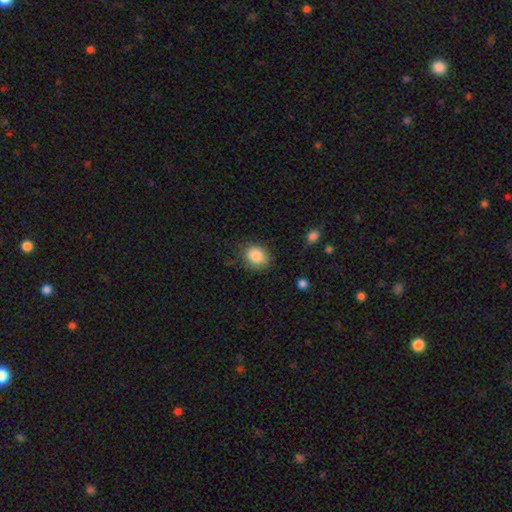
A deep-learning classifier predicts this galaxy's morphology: A smooth galaxy with no disk features (85%) that is round (55%).

Vote fractions:
- Smooth or featured? smooth: 85% / star or artifact: 9% / featured or disk: 6%
- How rounded? round: 55% / in between: 44% / cigar-shaped: 1%
- Merging? none: 76% / minor disturbance: 18% / major disturbance: 5% / merger: 2%